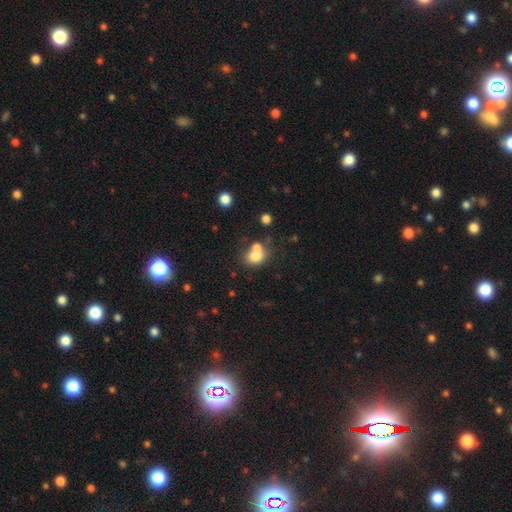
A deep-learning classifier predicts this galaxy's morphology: Q: Smooth or featured?
A: smooth (75%); runner-up: featured or disk (13%)
Q: How rounded?
A: round (59%); runner-up: in between (40%)
Q: Merging?
A: merger (45%); runner-up: none (40%)